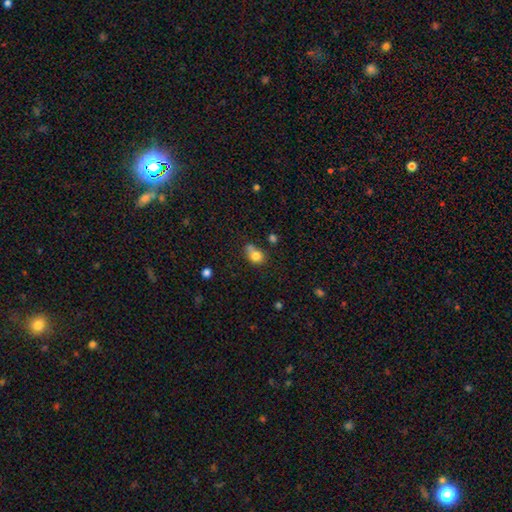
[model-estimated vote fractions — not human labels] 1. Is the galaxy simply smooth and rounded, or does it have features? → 79% smooth, 11% star or artifact, 10% featured or disk.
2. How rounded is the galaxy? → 51% round, 48% in between, 1% cigar-shaped.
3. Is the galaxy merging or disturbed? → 42% none, 25% minor disturbance, 23% merger, 9% major disturbance.